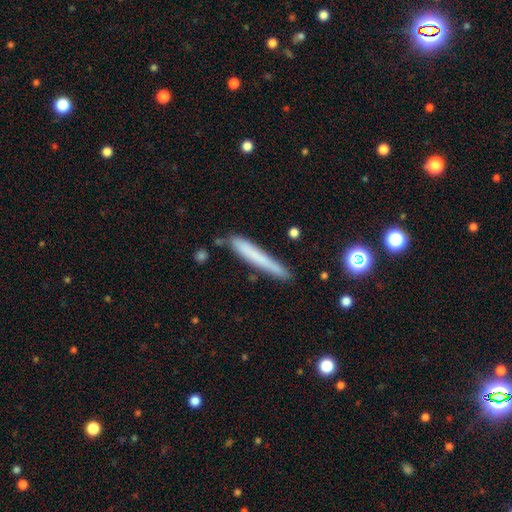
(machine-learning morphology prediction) Smooth or featured? smooth (70%)
How rounded? cigar-shaped (96%)
Merging? none (76%)